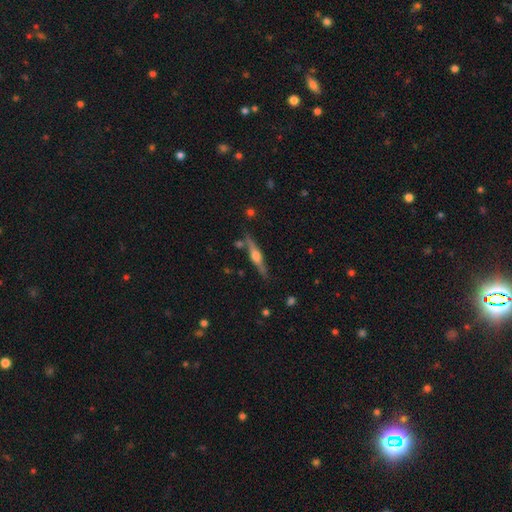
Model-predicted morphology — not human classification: Smooth or featured? featured or disk (69%)
Edge-on disk? yes (97%)
Edge-on bulge? rounded (90%)
Merging? none (80%)